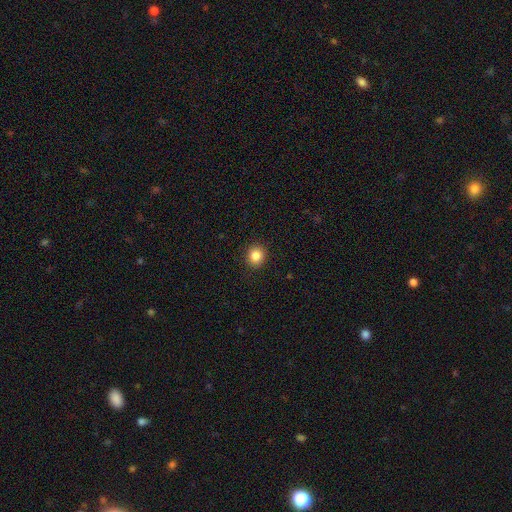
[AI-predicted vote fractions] A smooth galaxy with no disk features (85%) that is round (84%). Merging: none (91%).